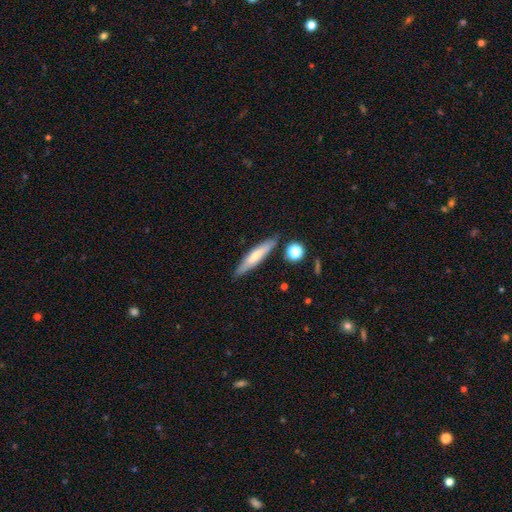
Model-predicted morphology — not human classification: type=smooth (60%); roundness=cigar-shaped (84%); merging=none (82%).